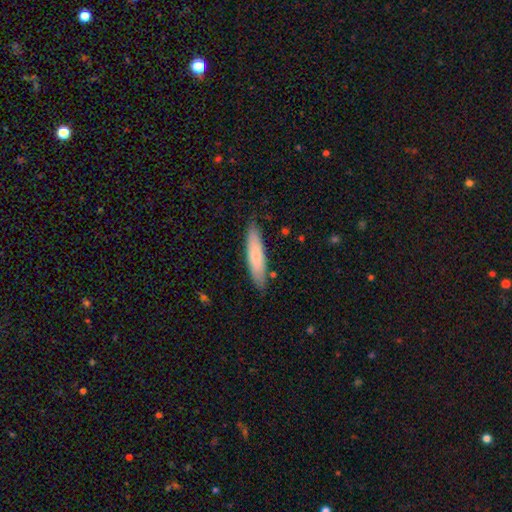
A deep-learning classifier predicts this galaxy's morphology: This is likely a smooth galaxy (73%). How rounded: likely cigar-shaped (75%). Merging: clearly none (84%).